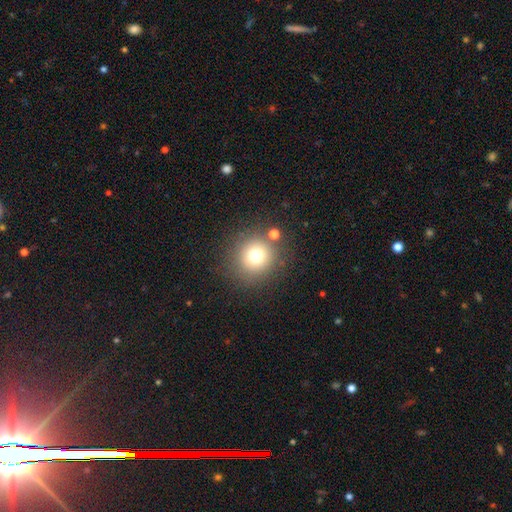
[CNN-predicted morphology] smooth_or_featured: smooth (p=0.73) [alt: star or artifact p=0.16]
how_rounded: round (p=0.92) [alt: in between p=0.07]
merging: none (p=0.81) [alt: minor disturbance p=0.08]